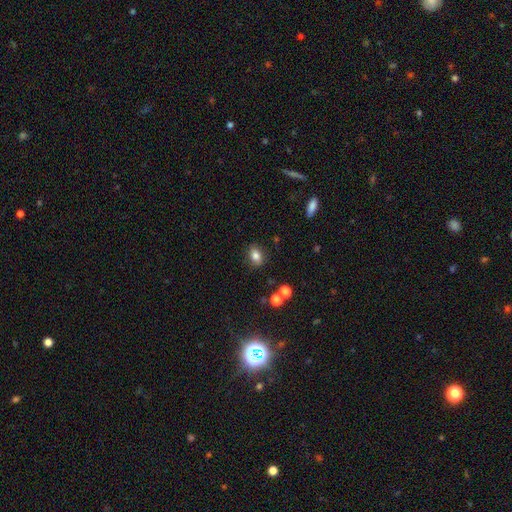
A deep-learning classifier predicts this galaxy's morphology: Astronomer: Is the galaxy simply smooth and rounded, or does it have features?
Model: smooth — 80%.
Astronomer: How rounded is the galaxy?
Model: in between — 77%.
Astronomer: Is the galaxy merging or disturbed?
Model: none — 84%.